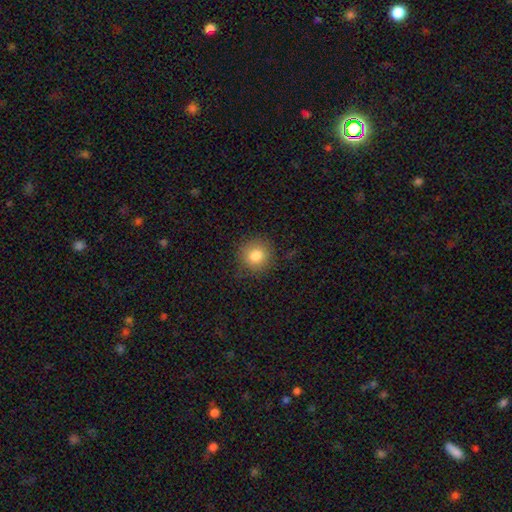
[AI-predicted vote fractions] This appears to be a smooth galaxy with no disk features (81%) that is round (91%). Merging: none (86%).